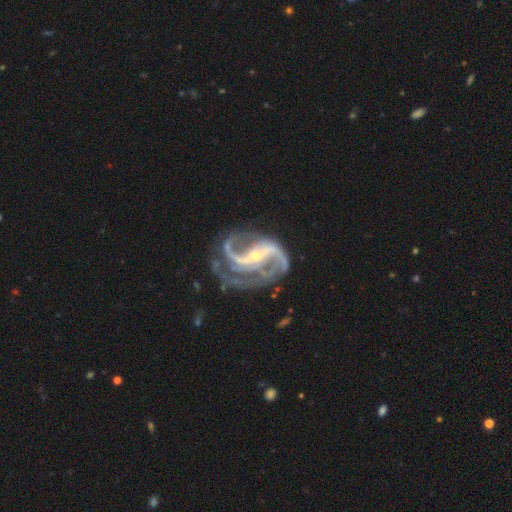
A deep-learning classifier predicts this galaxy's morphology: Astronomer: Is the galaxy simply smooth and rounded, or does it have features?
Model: featured or disk — 92%.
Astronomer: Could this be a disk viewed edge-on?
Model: no — 98%.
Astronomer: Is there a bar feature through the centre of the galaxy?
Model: strong — 53% (runner-up: weak, 29%).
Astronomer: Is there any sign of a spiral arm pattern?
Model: yes — 98%.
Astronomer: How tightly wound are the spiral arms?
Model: medium — 50% (runner-up: loose, 35%).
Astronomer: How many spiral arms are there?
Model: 2 — 61%.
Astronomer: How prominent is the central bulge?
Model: small — 75%.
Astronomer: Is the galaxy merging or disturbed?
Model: none — 56%.